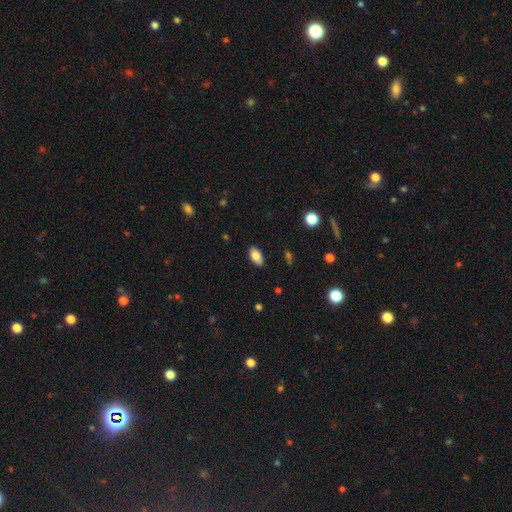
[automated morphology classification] Overall: smooth (81%). How rounded: in between (93%). Merging: none (84%).